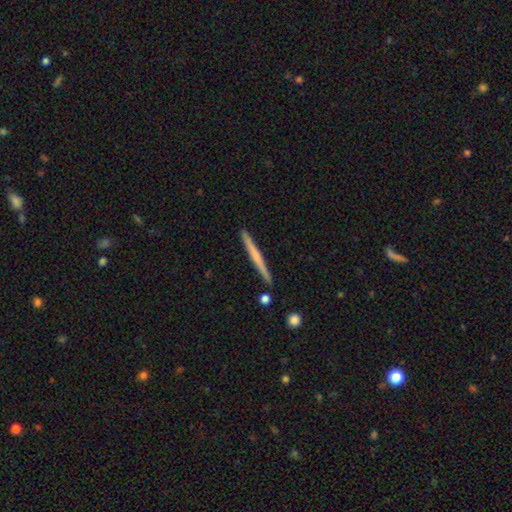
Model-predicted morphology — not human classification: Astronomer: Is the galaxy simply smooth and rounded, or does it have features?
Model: smooth — 48% (runner-up: featured or disk, 47%).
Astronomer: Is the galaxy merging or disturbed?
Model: none — 91%.